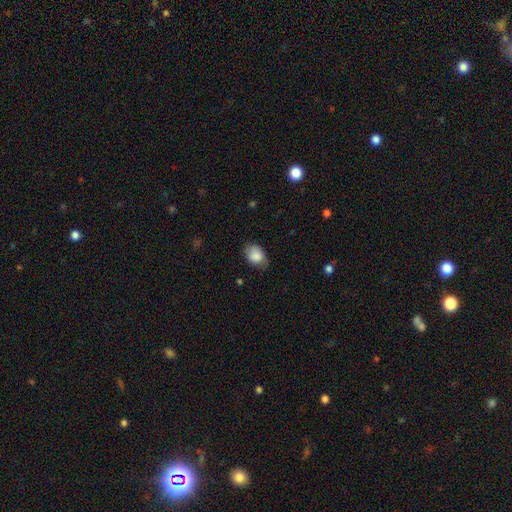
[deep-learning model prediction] smooth 85%, featured or disk 8%, star or artifact 7%. Down the decision tree: how rounded — in between (75%); merging — none (66%).